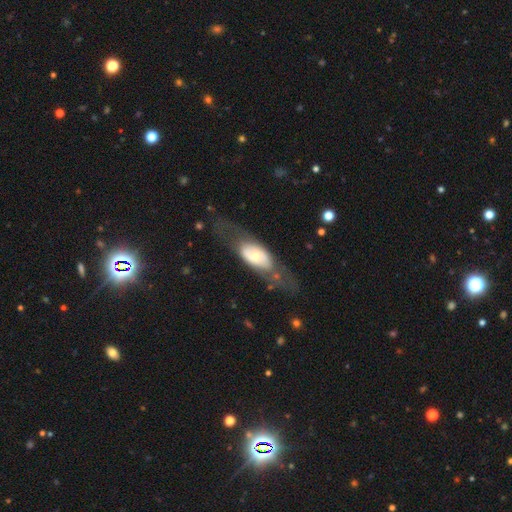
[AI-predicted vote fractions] A featured or disk galaxy (54%).

Vote fractions:
- Smooth or featured? featured or disk: 54% / smooth: 41% / star or artifact: 6%
- Edge-on disk? no: 79% / yes: 21%
- Merging? none: 49% / major disturbance: 27% / minor disturbance: 20% / merger: 4%